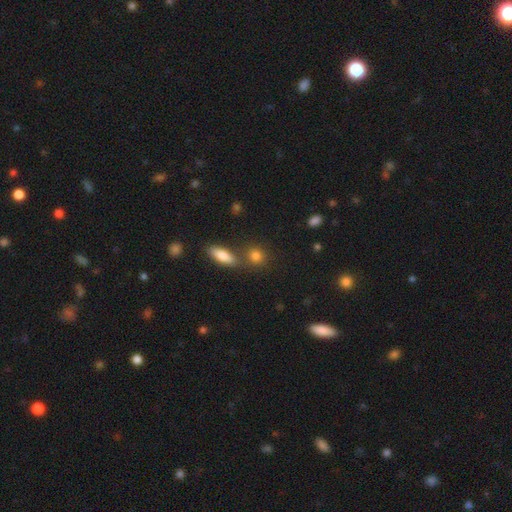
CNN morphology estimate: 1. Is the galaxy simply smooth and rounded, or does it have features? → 82% smooth, 11% star or artifact, 7% featured or disk.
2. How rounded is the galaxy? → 72% round, 23% in between, 5% cigar-shaped.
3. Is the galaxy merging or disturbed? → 66% none, 21% merger, 9% minor disturbance, 4% major disturbance.